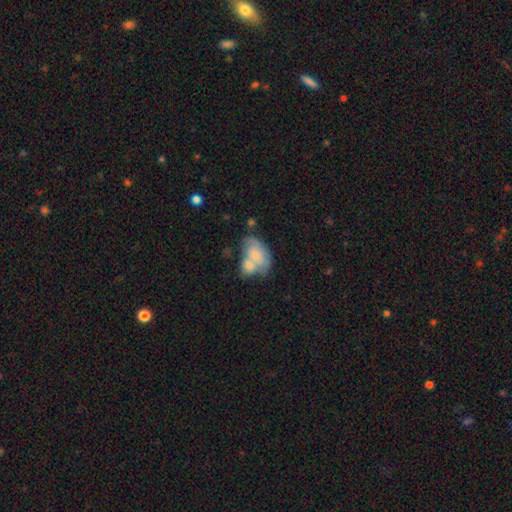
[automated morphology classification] A smooth galaxy with no disk features (61%) that is in between round and cigar-shaped (81%).

Vote fractions:
- Smooth or featured? smooth: 61% / featured or disk: 32% / star or artifact: 6%
- How rounded? in between: 81% / round: 17% / cigar-shaped: 2%
- Merging? merger: 61% / none: 19% / minor disturbance: 13% / major disturbance: 7%